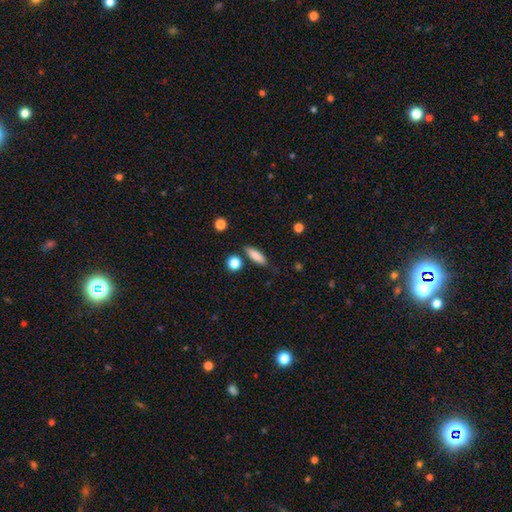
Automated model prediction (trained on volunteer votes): Smooth or featured? Predicted: smooth (p=0.82). How rounded? Predicted: cigar-shaped (p=0.53). Merging? Predicted: none (p=0.80).